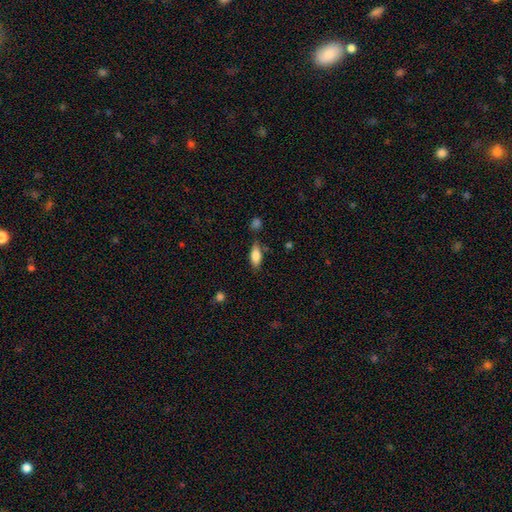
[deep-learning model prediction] The model was most divided on "how rounded": in between: 78%, cigar-shaped: 19%, round: 3%. More confident: smooth or featured — smooth (78%); merging — none (77%).